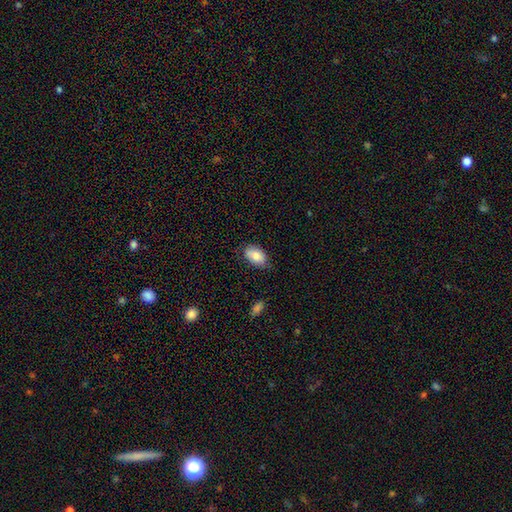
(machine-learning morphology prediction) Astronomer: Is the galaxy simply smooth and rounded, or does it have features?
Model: smooth — 84%.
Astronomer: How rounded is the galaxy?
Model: in between — 92%.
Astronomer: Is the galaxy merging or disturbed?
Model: none — 74%.